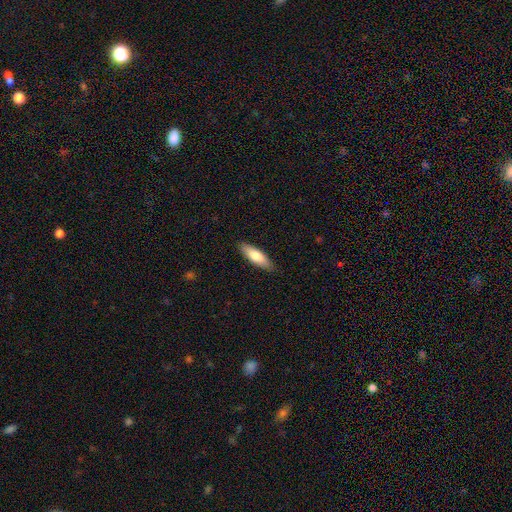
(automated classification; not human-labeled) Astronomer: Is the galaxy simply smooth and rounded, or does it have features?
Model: smooth — 75%.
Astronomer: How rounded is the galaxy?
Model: in between — 50% (runner-up: cigar-shaped, 48%).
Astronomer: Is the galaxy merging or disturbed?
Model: none — 88%.